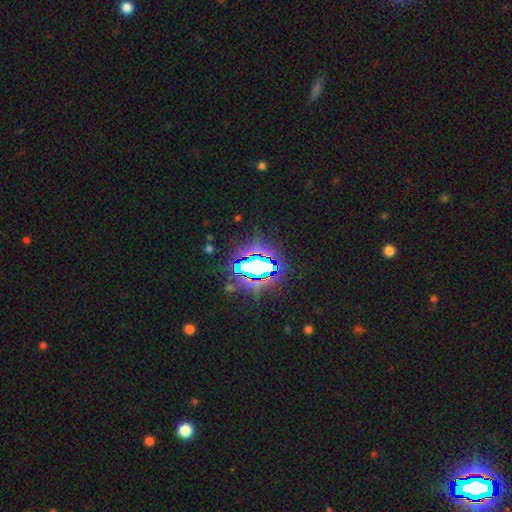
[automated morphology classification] smooth-or-featured: star or artifact: 80% | smooth: 12% | featured or disk: 8%